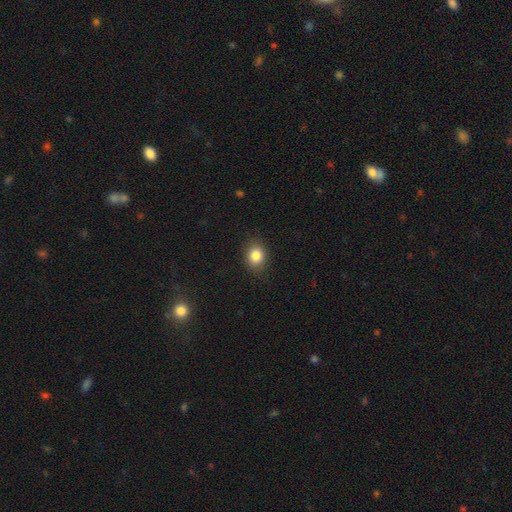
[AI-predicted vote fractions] Smooth or featured?
  - smooth: 84% *
  - star or artifact: 10%
  - featured or disk: 6%
How rounded?
  - round: 53% *
  - in between: 46%
  - cigar-shaped: 1%
Merging?
  - none: 87% *
  - minor disturbance: 10%
  - major disturbance: 3%
  - merger: 1%